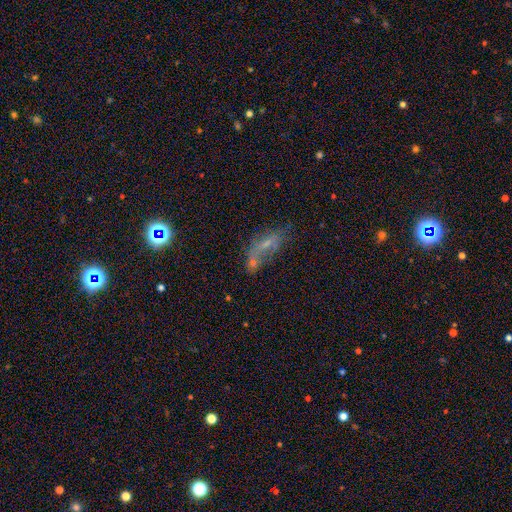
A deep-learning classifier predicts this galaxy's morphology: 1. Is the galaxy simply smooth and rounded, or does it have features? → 39% smooth, 36% featured or disk, 25% star or artifact.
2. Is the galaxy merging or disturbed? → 37% none, 24% merger, 20% major disturbance, 19% minor disturbance.